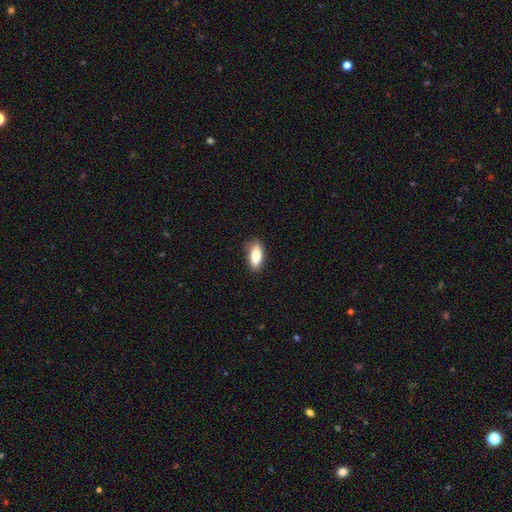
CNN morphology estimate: The model was most divided on "how rounded": in between: 78%, cigar-shaped: 19%, round: 3%. More confident: merging — none (84%); smooth or featured — smooth (79%).